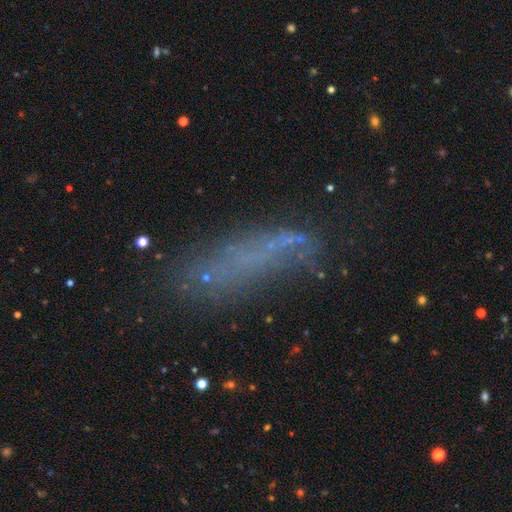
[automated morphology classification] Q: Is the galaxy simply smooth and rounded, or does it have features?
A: smooth — 44%.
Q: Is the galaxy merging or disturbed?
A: none — 51%.